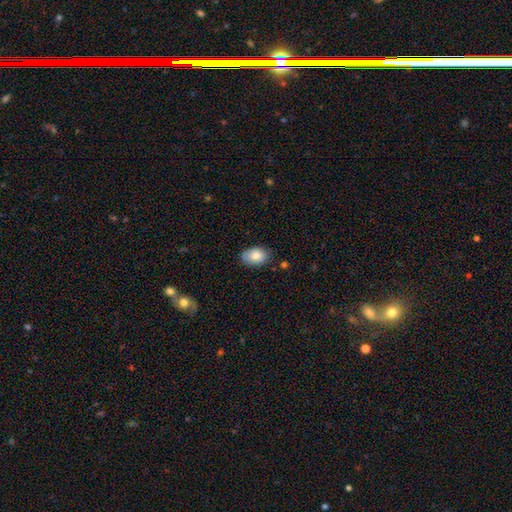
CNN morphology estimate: Smooth or featured? Predicted: smooth (p=0.83). How rounded? Predicted: in between (p=0.88). Merging? Predicted: none (p=0.79).